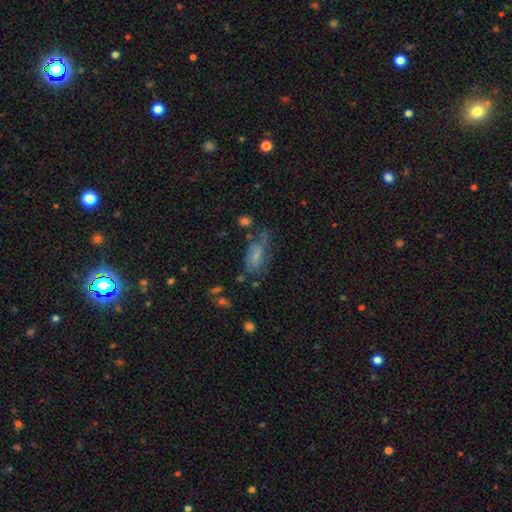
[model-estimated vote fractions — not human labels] smooth_or_featured: smooth (p=0.52) [alt: featured or disk p=0.38]
how_rounded: in between (p=0.87) [alt: cigar-shaped p=0.07]
merging: none (p=0.37) [alt: minor disturbance p=0.29]